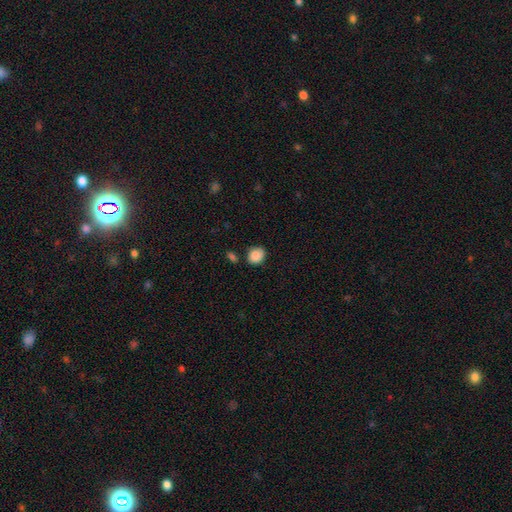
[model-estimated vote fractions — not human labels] Overall: smooth (87%). How rounded: round (64%; in between 35%). Merging: none (71%).